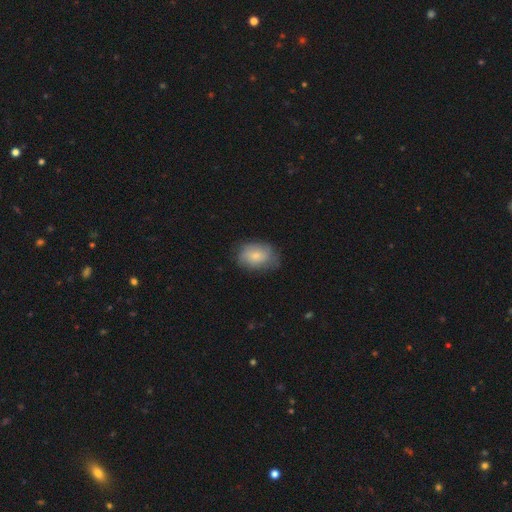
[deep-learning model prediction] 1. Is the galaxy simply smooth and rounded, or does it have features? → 73% smooth, 20% featured or disk, 7% star or artifact.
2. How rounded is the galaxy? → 79% in between, 20% round, 1% cigar-shaped.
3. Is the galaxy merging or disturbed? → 68% none, 24% minor disturbance, 7% major disturbance, 1% merger.